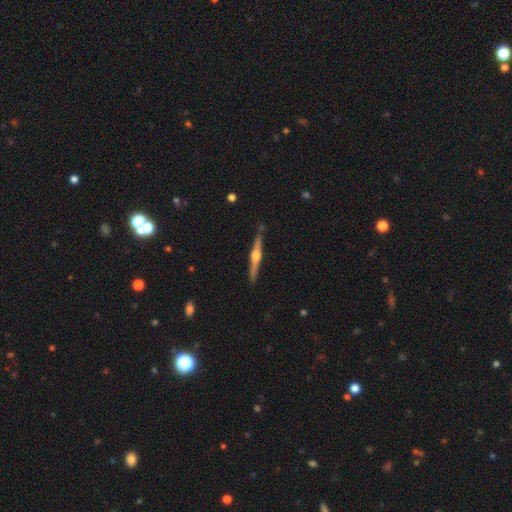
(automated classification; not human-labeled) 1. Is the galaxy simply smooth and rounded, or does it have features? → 79% featured or disk, 16% smooth, 5% star or artifact.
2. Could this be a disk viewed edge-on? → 98% yes, 2% no.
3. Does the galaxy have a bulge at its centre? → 91% rounded, 6% boxy, 3% none.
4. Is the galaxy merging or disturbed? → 88% none, 8% minor disturbance, 2% merger, 2% major disturbance.